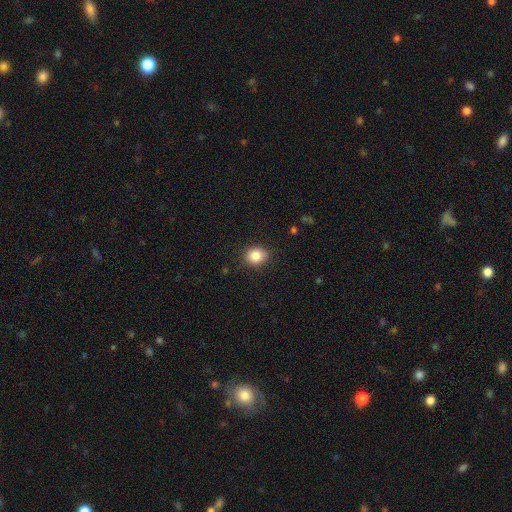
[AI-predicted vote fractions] Smooth or featured?
  - smooth: 85% *
  - star or artifact: 10%
  - featured or disk: 5%
How rounded?
  - round: 70% *
  - in between: 29%
  - cigar-shaped: 1%
Merging?
  - none: 85% *
  - minor disturbance: 12%
  - major disturbance: 3%
  - merger: 1%